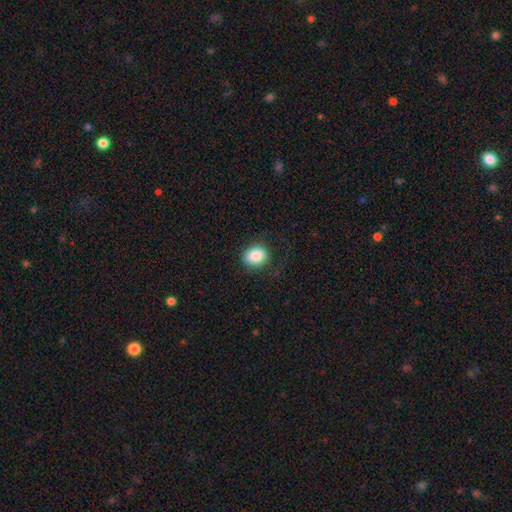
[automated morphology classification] Q: Smooth or featured?
A: smooth (85%); runner-up: star or artifact (8%)
Q: How rounded?
A: round (59%); runner-up: in between (40%)
Q: Merging?
A: none (81%); runner-up: minor disturbance (13%)